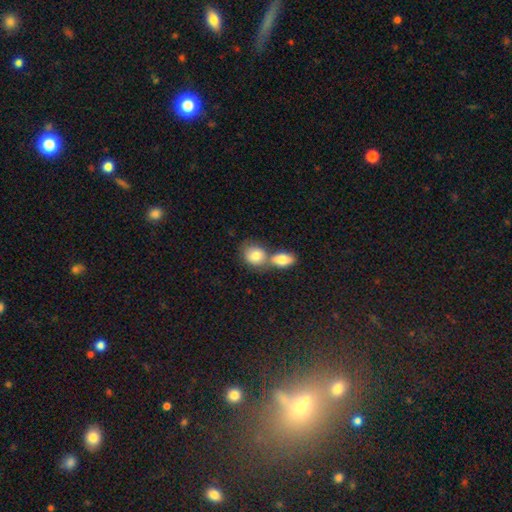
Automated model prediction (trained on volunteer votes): Smooth or featured?
  - smooth: 81% *
  - featured or disk: 11%
  - star or artifact: 7%
How rounded?
  - in between: 49% * (tied)
  - round: 49% * (tied)
  - cigar-shaped: 2%
Merging?
  - merger: 57% *
  - none: 31%
  - minor disturbance: 9%
  - major disturbance: 4%